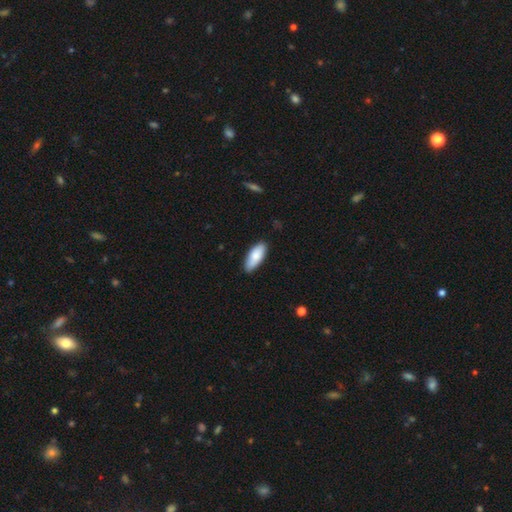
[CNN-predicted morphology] Smooth or featured: smooth — 84% (featured or disk — 10%)
How rounded: in between — 80% (cigar-shaped — 19%)
Merging: none — 85% (minor disturbance — 12%)